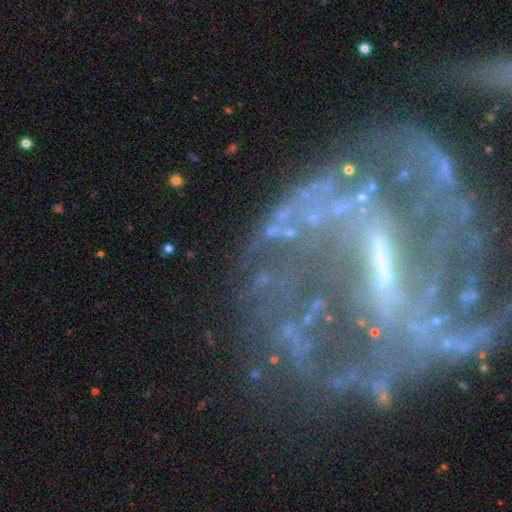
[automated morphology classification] A featured or disk galaxy (81%) with a strong bar (56%), 2 (51%) loose (42%) spiral arms (72%) and a small central bulge (41%).

Vote fractions:
- Smooth or featured? featured or disk: 81% / star or artifact: 12% / smooth: 7%
- Edge-on disk? no: 94% / yes: 6%
- Bar? strong: 56% / weak: 28% / no: 16%
- Spiral arms? yes: 72% / no: 28%
- Spiral winding? loose: 42% / medium: 35% / tight: 22%
- Spiral arm count? 2: 51% / can't tell: 23% / 1: 8% / 3: 7% / 4: 5% / more than 4: 5%
- Bulge size? small: 41% / none: 29% / moderate: 24% / large: 3% / dominant: 2%
- Merging? none: 49% / major disturbance: 28% / minor disturbance: 17% / merger: 6%